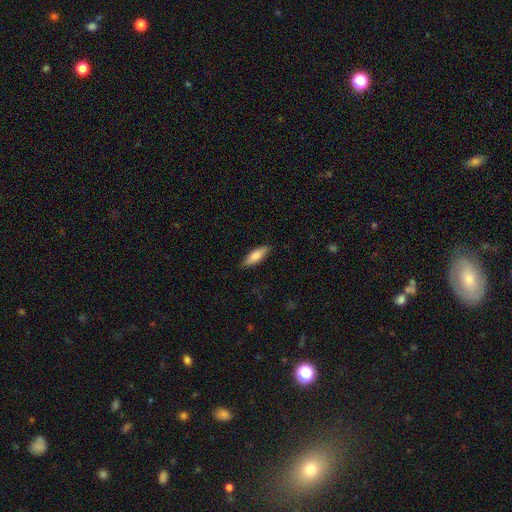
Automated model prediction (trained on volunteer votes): This is clearly a smooth galaxy (82%). How rounded: possibly in between (55%). Merging: clearly none (86%).